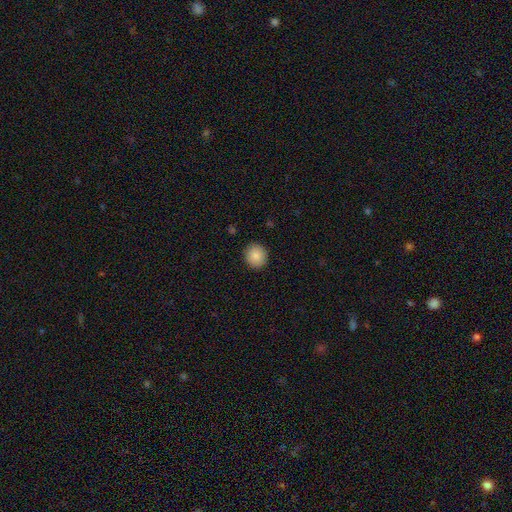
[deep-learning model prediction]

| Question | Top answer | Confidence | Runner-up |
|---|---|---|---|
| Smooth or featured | smooth | 86% | star or artifact (9%) |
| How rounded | round | 86% | in between (13%) |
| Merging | none | 91% | minor disturbance (6%) |